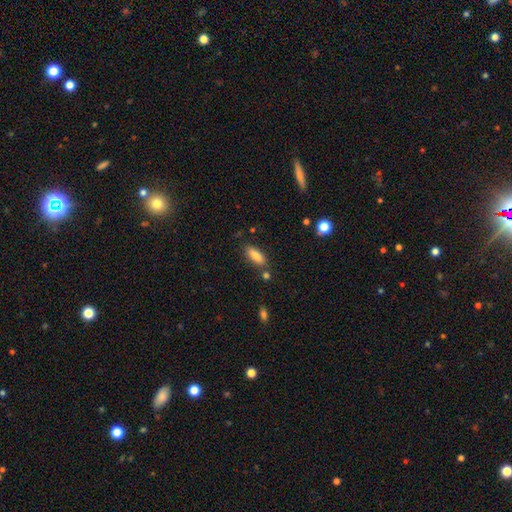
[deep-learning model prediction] Smooth or featured?
  - smooth: 82% *
  - featured or disk: 11%
  - star or artifact: 8%
How rounded?
  - in between: 71% *
  - cigar-shaped: 27%
  - round: 2%
Merging?
  - none: 78% *
  - minor disturbance: 12%
  - merger: 6%
  - major disturbance: 3%